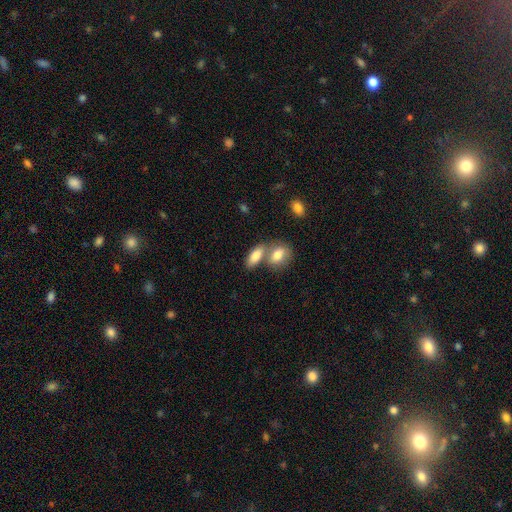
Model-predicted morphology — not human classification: smooth-or-featured: smooth: 83% | featured or disk: 11% | star or artifact: 7%
  how-rounded: in between: 85% | cigar-shaped: 9% | round: 5%
  merging: merger: 50% | none: 37% | minor disturbance: 9% | major disturbance: 4%